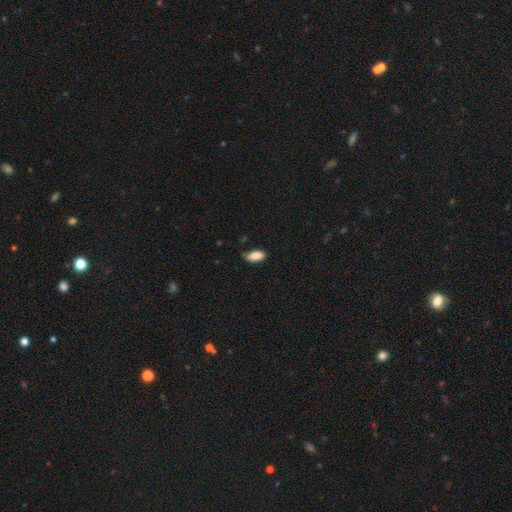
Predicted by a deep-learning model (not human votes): Smooth or featured? smooth (88%)
How rounded? in between (92%)
Merging? none (68%)